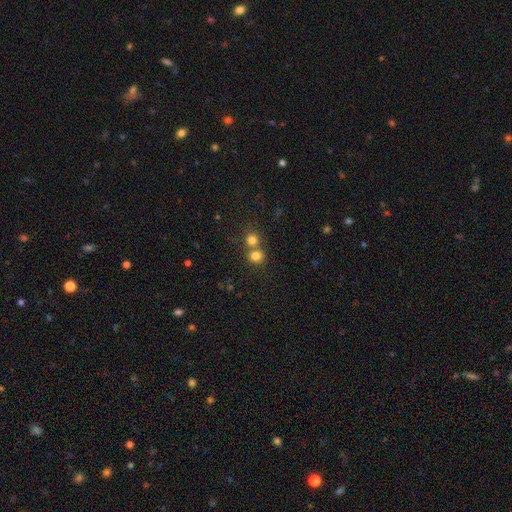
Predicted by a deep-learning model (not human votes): Smooth or featured? smooth (79%)
How rounded? round (77%)
Merging? none (47%)